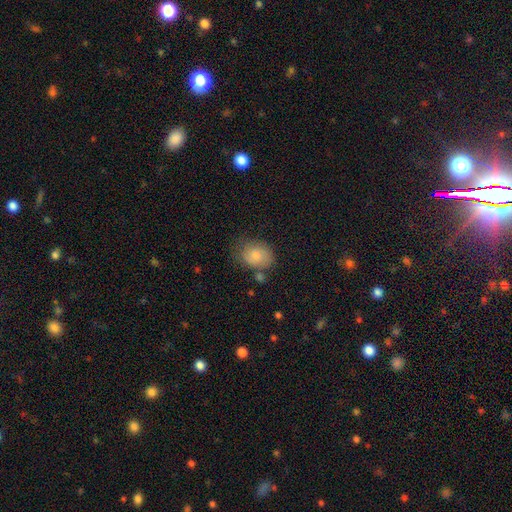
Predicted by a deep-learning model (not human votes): Smooth or featured?
  - smooth: 78% *
  - featured or disk: 14%
  - star or artifact: 8%
How rounded?
  - in between: 55% *
  - round: 44%
  - cigar-shaped: 1%
Merging?
  - none: 61% *
  - minor disturbance: 24%
  - major disturbance: 8%
  - merger: 7%